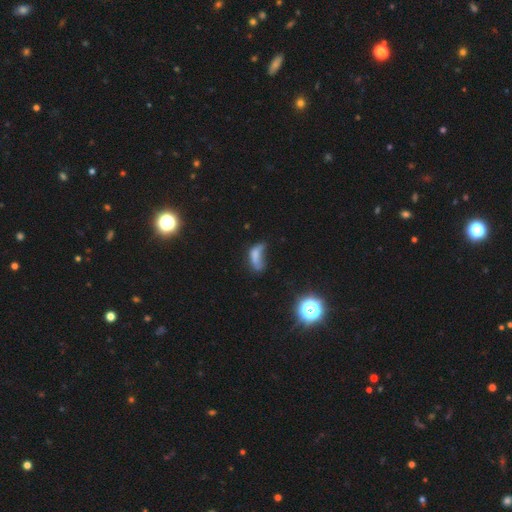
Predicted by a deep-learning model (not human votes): A smooth galaxy with no disk features (57%) that is in between round and cigar-shaped (79%).

Vote fractions:
- Smooth or featured? smooth: 57% / featured or disk: 26% / star or artifact: 17%
- How rounded? in between: 79% / cigar-shaped: 14% / round: 7%
- Merging? major disturbance: 42% / minor disturbance: 22% / none: 21% / merger: 15%